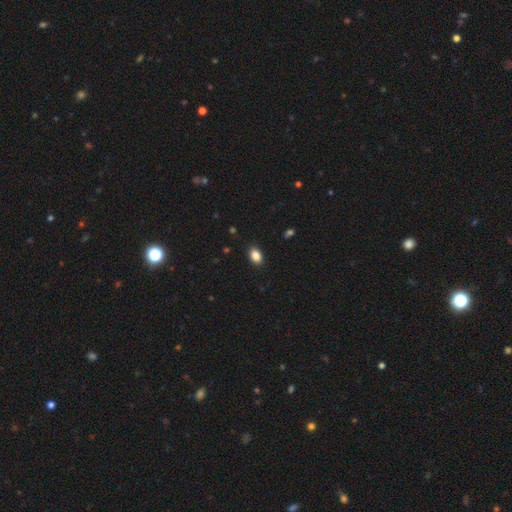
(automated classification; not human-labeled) smooth-or-featured: smooth: 86% | star or artifact: 9% | featured or disk: 5%
  how-rounded: in between: 87% | round: 12% | cigar-shaped: 1%
  merging: none: 89% | minor disturbance: 8% | major disturbance: 2% | merger: 1%